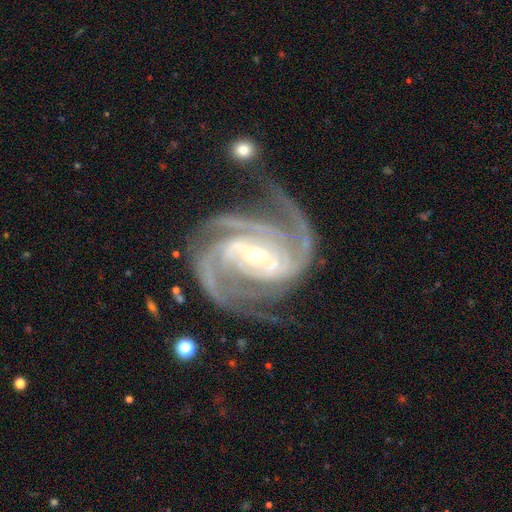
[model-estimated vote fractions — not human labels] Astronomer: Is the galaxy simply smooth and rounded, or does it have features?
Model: featured or disk — 93%.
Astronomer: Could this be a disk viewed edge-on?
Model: no — 98%.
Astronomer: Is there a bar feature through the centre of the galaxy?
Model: strong — 46% (runner-up: weak, 35%).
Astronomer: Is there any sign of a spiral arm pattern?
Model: yes — 99%.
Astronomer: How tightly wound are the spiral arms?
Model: tight — 52% (runner-up: medium, 42%).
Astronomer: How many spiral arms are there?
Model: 3 — 40% (runner-up: 2, 21%).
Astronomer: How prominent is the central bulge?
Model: small — 62%.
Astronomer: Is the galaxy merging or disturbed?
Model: none — 68%.